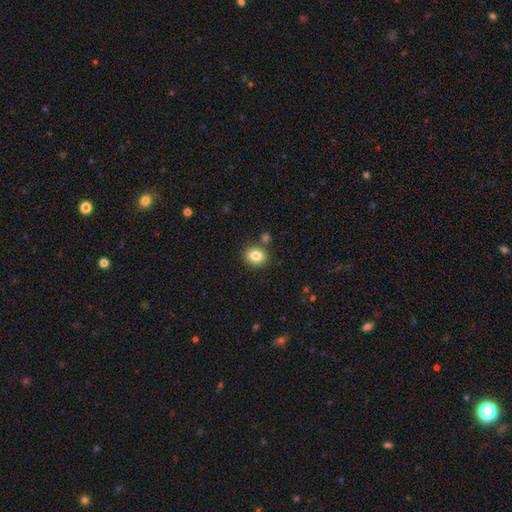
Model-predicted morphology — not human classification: smooth 83%, star or artifact 10%, featured or disk 7%. Down the decision tree: how rounded — round (58%); merging — none (79%).